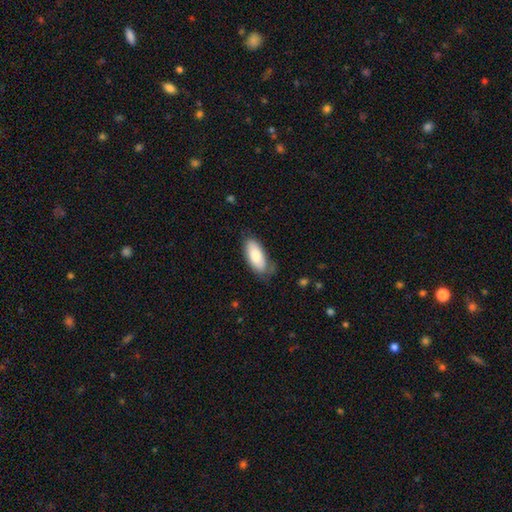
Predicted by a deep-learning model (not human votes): smooth-or-featured: smooth: 79% | featured or disk: 15% | star or artifact: 6%
  how-rounded: in between: 84% | cigar-shaped: 14% | round: 2%
  merging: none: 66% | minor disturbance: 25% | major disturbance: 7% | merger: 2%